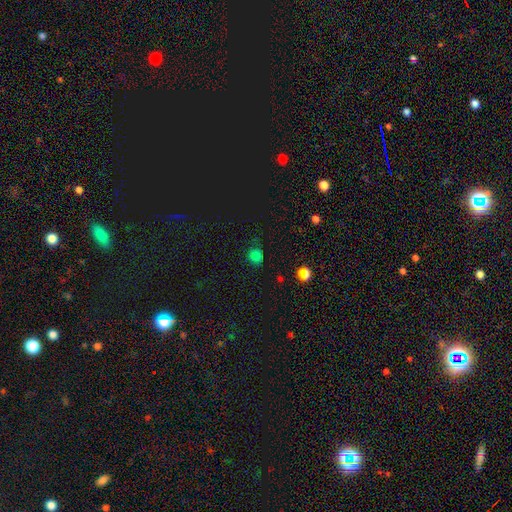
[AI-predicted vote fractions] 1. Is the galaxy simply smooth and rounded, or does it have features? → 70% smooth, 25% star or artifact, 5% featured or disk.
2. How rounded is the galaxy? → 81% round, 18% in between, 1% cigar-shaped.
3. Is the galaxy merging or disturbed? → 71% none, 21% minor disturbance, 6% major disturbance, 2% merger.